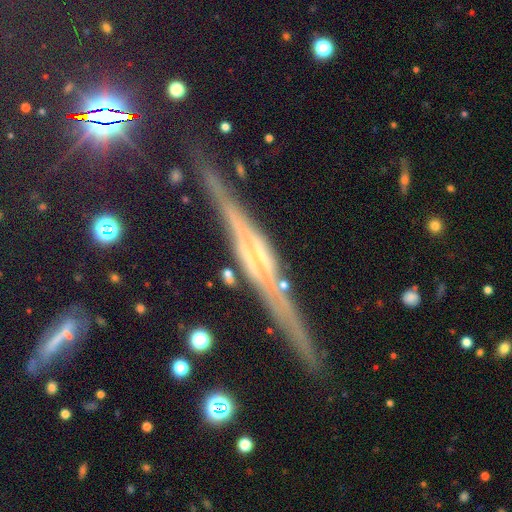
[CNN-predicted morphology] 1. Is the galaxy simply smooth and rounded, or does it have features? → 84% featured or disk, 9% star or artifact, 7% smooth.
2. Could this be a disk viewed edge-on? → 97% yes, 3% no.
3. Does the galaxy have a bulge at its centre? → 45% rounded, 38% boxy, 17% none.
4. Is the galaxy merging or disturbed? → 86% none, 10% minor disturbance, 2% major disturbance, 2% merger.